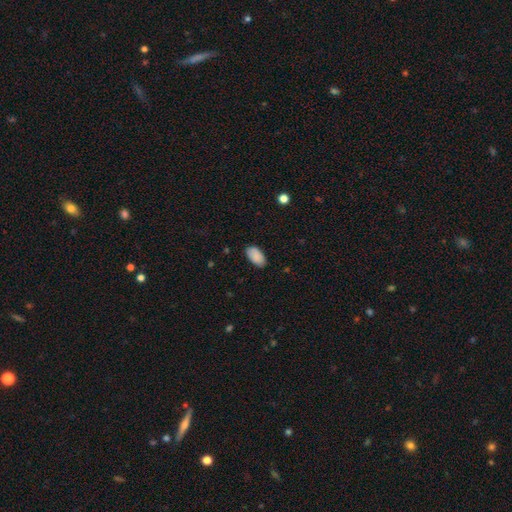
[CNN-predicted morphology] This appears to be a smooth galaxy with no disk features (89%) that is in between round and cigar-shaped (95%). Merging: none (85%).